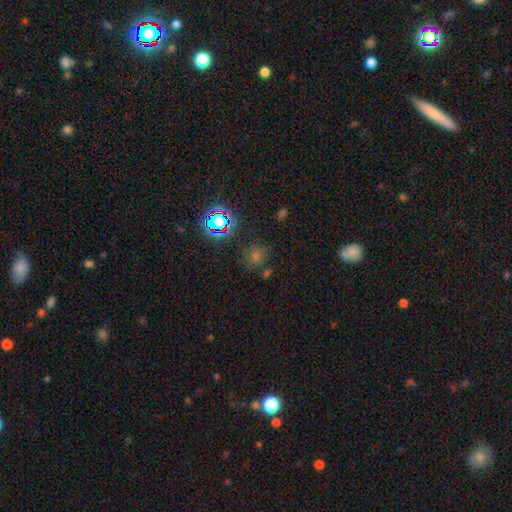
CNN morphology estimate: Smooth or featured?
  - star or artifact: 47% *
  - smooth: 42%
  - featured or disk: 11%